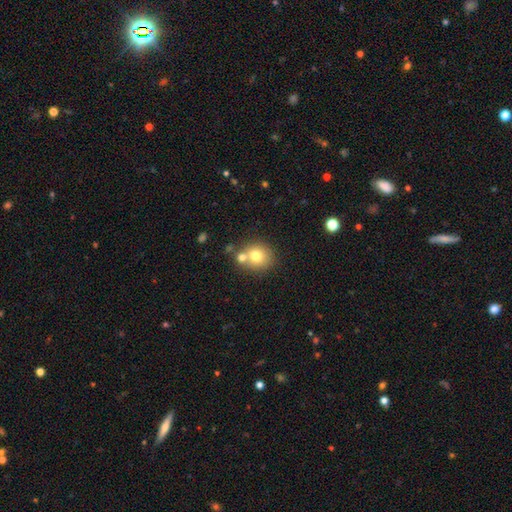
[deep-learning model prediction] Smooth or featured?
  - smooth: 73% *
  - featured or disk: 15%
  - star or artifact: 11%
How rounded?
  - round: 79% *
  - in between: 20%
  - cigar-shaped: 1%
Merging?
  - none: 57% *
  - merger: 30%
  - minor disturbance: 10%
  - major disturbance: 3%